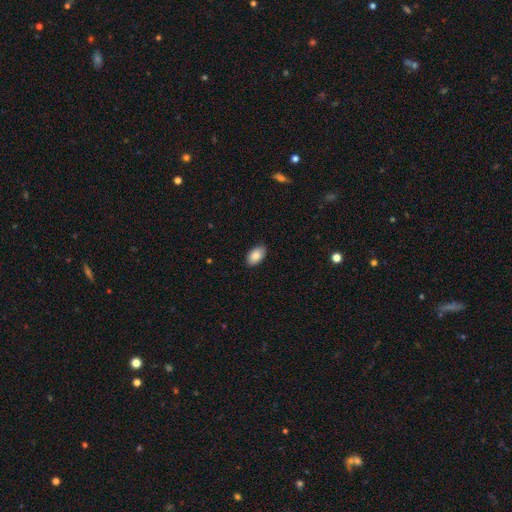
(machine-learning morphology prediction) type=smooth (84%); roundness=in between (94%); merging=none (87%).